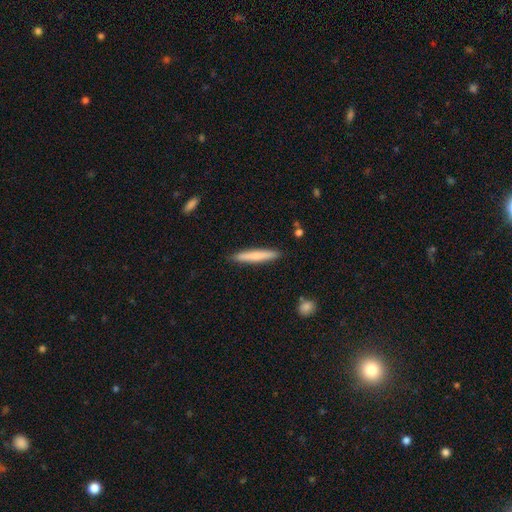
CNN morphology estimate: A smooth galaxy with no disk features (71%) that is cigar-shaped (94%).

Vote fractions:
- Smooth or featured? smooth: 71% / featured or disk: 23% / star or artifact: 6%
- How rounded? cigar-shaped: 94% / in between: 5% / round: 1%
- Merging? none: 90% / minor disturbance: 7% / major disturbance: 2% / merger: 1%